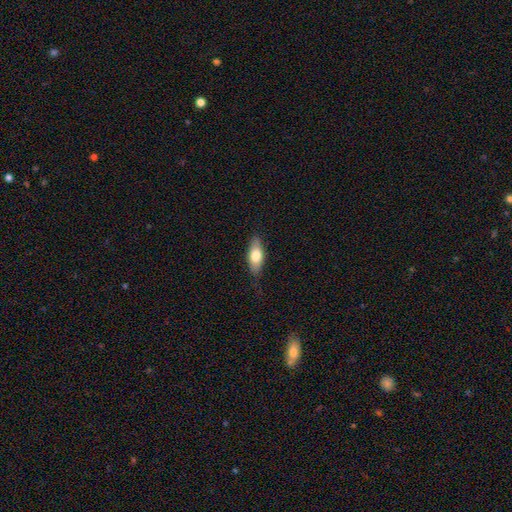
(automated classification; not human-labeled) Q: Smooth or featured?
A: smooth (71%); runner-up: featured or disk (23%)
Q: How rounded?
A: in between (78%); runner-up: cigar-shaped (19%)
Q: Merging?
A: none (79%); runner-up: minor disturbance (17%)